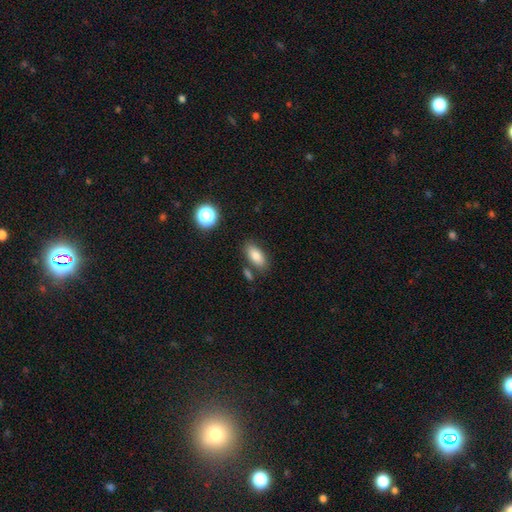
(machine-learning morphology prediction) A smooth galaxy with no disk features (82%) that is in between round and cigar-shaped (87%). Merging: none (76%).